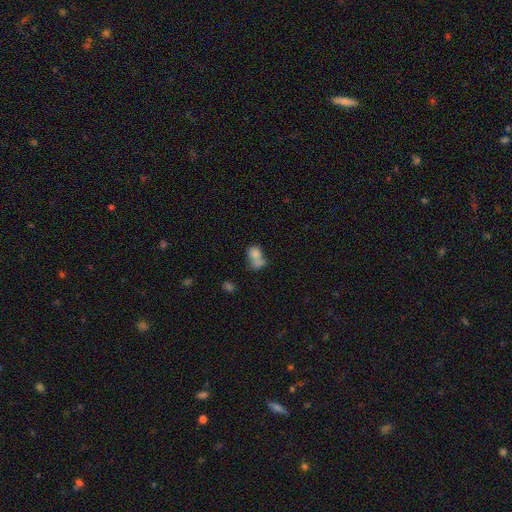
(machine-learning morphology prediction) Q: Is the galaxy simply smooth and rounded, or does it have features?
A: smooth — 77%.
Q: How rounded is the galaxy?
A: in between — 56%.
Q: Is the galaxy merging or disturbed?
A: merger — 58%.